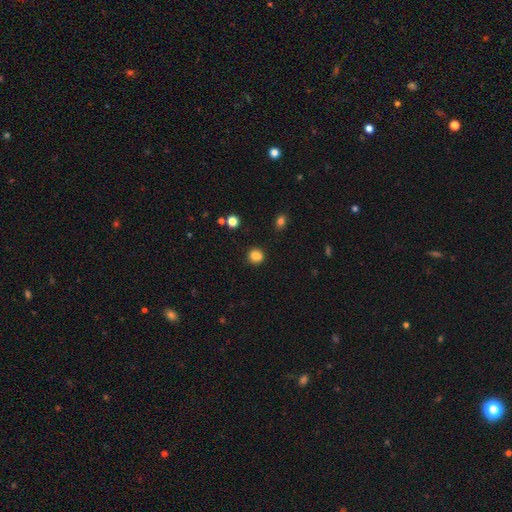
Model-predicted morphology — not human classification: type=smooth (84%); roundness=round (88%); merging=none (87%).